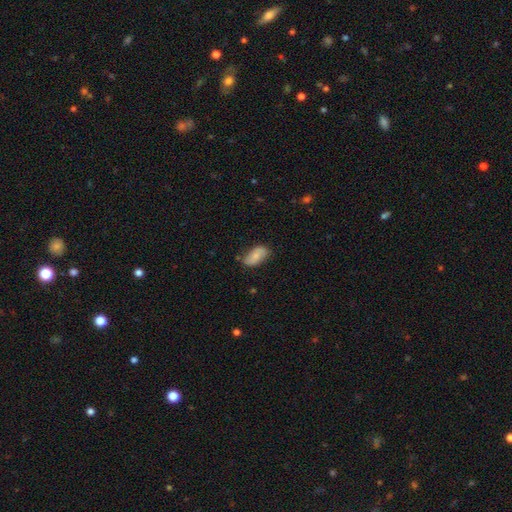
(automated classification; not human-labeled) A smooth galaxy with no disk features (69%) that is in between round and cigar-shaped (92%).

Vote fractions:
- Smooth or featured? smooth: 69% / featured or disk: 24% / star or artifact: 7%
- How rounded? in between: 92% / cigar-shaped: 5% / round: 3%
- Merging? none: 72% / minor disturbance: 22% / major disturbance: 4% / merger: 2%